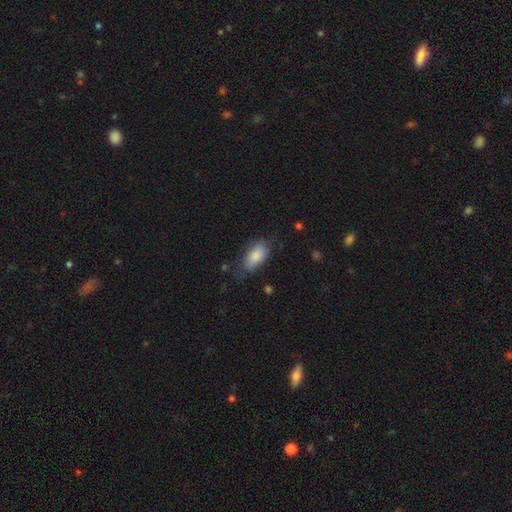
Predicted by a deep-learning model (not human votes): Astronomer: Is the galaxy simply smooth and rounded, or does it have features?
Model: smooth — 82%.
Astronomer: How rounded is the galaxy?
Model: in between — 92%.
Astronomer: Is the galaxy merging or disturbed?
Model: none — 64%.